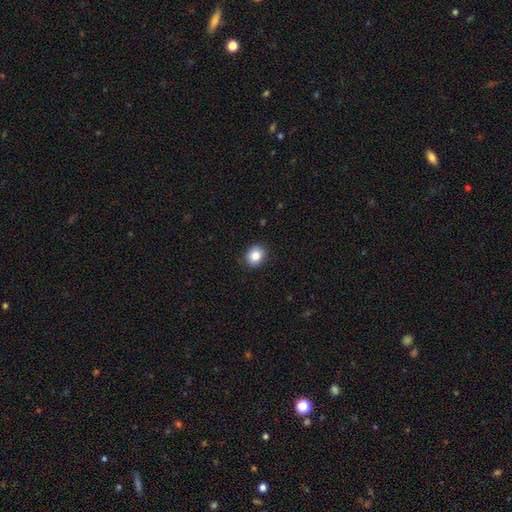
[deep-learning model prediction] smooth-or-featured: smooth: 85% | star or artifact: 9% | featured or disk: 6%
  how-rounded: round: 60% | in between: 39% | cigar-shaped: 1%
  merging: none: 88% | minor disturbance: 9% | major disturbance: 2% | merger: 1%